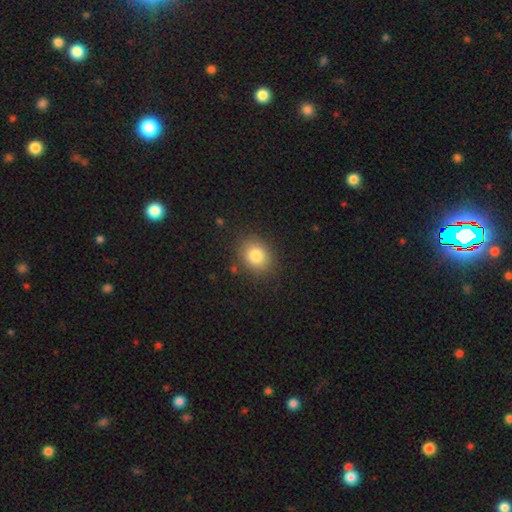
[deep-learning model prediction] The model was most divided on "how rounded": round: 56%, in between: 43%, cigar-shaped: 1%. More confident: merging — none (86%); smooth or featured — smooth (82%).